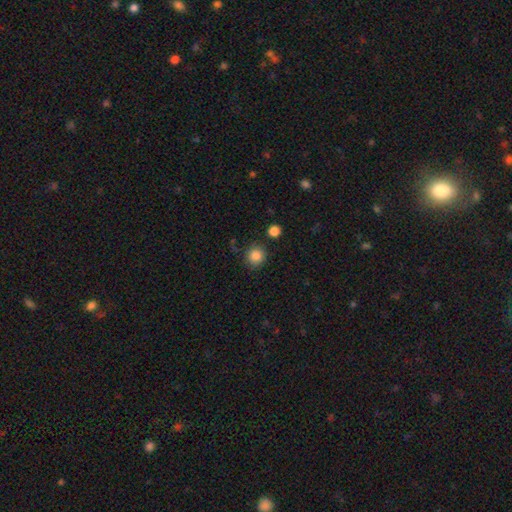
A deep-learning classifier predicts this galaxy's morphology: A smooth galaxy with no disk features (85%) that is round (91%). Merging: none (85%).